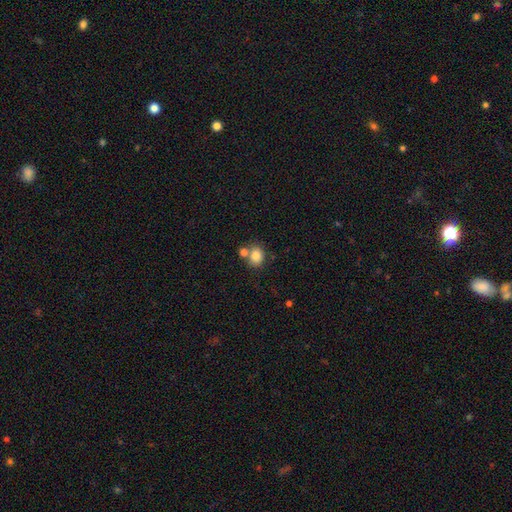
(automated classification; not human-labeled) The model was most divided on "how rounded": round: 64%, in between: 35%, cigar-shaped: 1%. More confident: smooth or featured — smooth (81%); merging — none (60%).